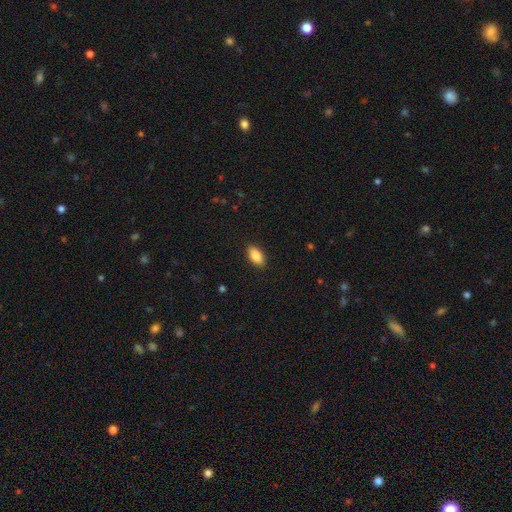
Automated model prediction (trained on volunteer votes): smooth 87%, star or artifact 7%, featured or disk 6%. Down the decision tree: how rounded — in between (91%); merging — none (89%).